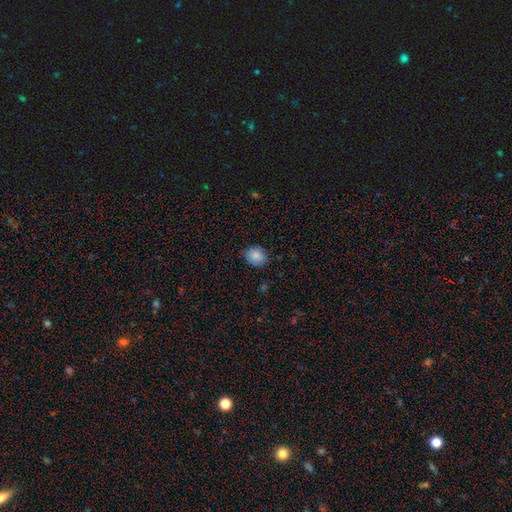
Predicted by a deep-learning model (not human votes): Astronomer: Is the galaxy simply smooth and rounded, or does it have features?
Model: smooth — 86%.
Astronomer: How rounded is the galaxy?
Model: round — 57% (runner-up: in between, 42%).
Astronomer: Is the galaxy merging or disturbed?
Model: none — 84%.